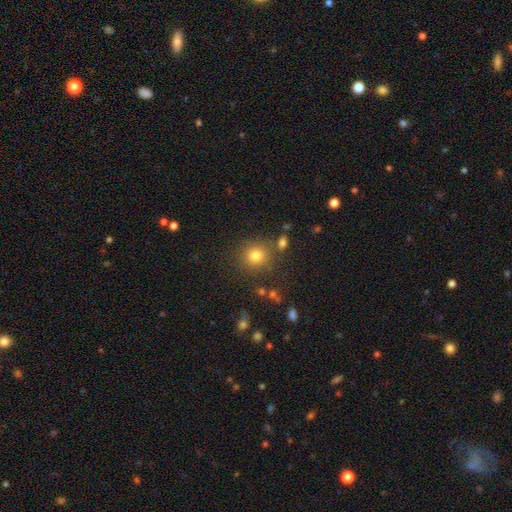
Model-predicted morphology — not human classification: Smooth or featured: smooth — 79% (star or artifact — 14%)
How rounded: round — 85% (in between — 14%)
Merging: none — 79% (minor disturbance — 10%)